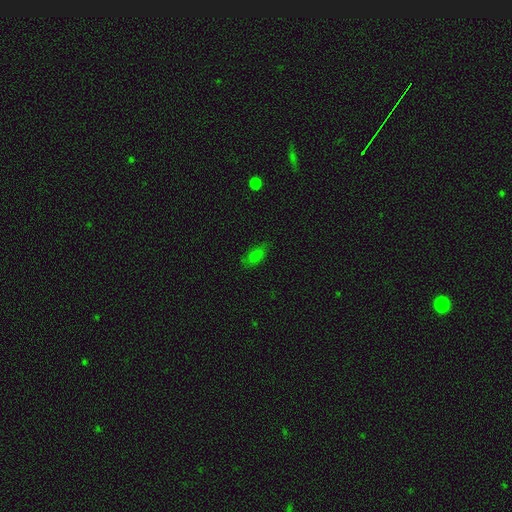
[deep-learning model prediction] This appears to be a smooth galaxy with no disk features (77%) that is in between round and cigar-shaped (84%). Merging: none (73%).